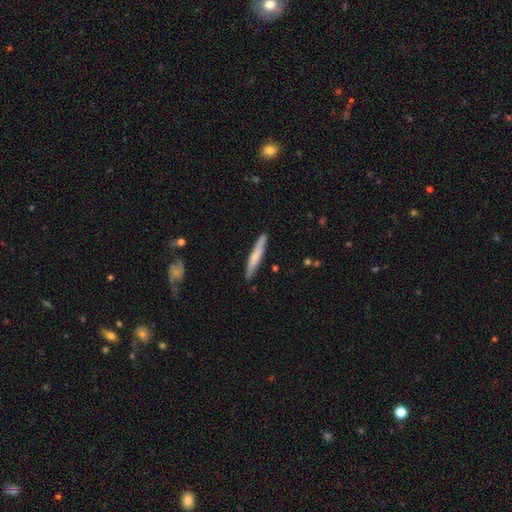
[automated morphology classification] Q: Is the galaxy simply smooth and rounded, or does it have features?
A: smooth — 64%.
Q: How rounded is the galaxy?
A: cigar-shaped — 94%.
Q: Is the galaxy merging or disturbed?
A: none — 88%.